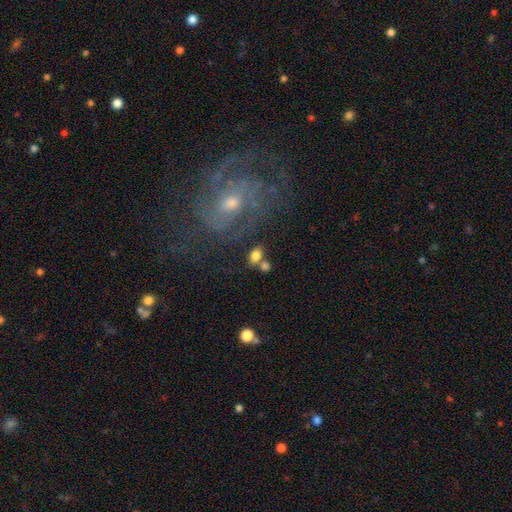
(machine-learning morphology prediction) Smooth or featured? smooth (78%)
How rounded? in between (78%)
Merging? none (58%)